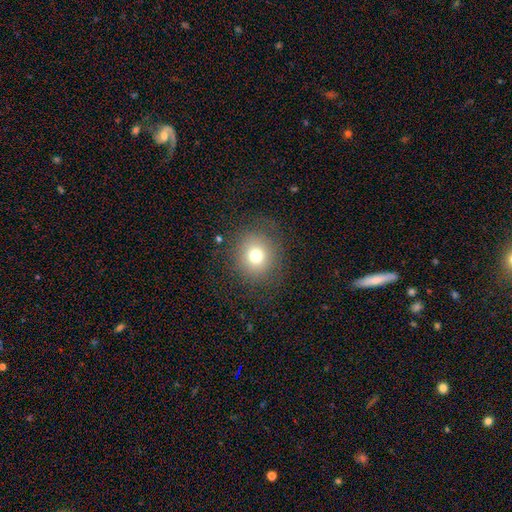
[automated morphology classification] Smooth or featured: smooth — 73% (star or artifact — 14%)
How rounded: round — 83% (in between — 16%)
Merging: none — 82% (minor disturbance — 11%)